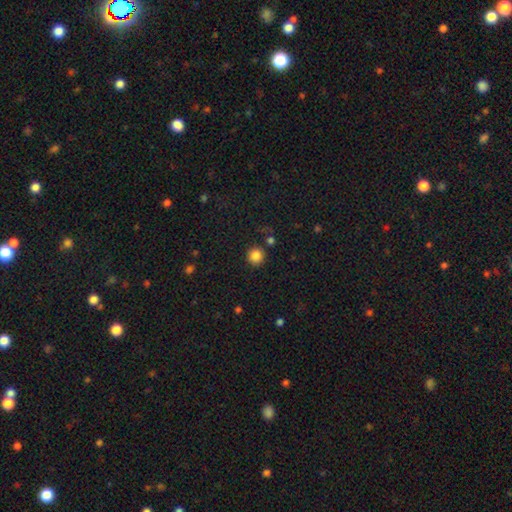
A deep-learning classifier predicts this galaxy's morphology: smooth_or_featured: smooth (p=0.85) [alt: star or artifact p=0.11]
how_rounded: round (p=0.94) [alt: in between p=0.05]
merging: none (p=0.87) [alt: minor disturbance p=0.06]